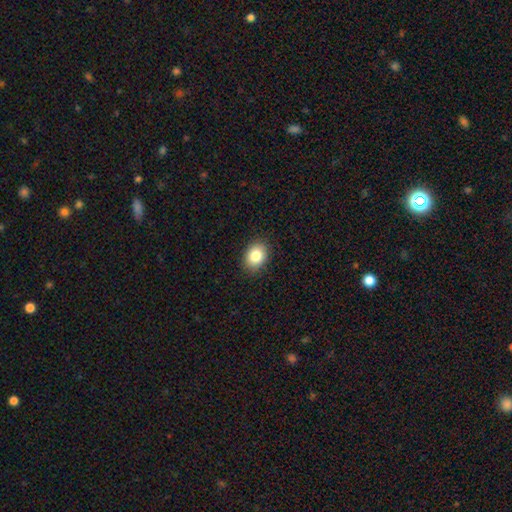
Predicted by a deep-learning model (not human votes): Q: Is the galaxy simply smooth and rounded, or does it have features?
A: smooth — 84%.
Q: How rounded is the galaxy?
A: in between — 62%.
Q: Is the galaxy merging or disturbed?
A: none — 88%.